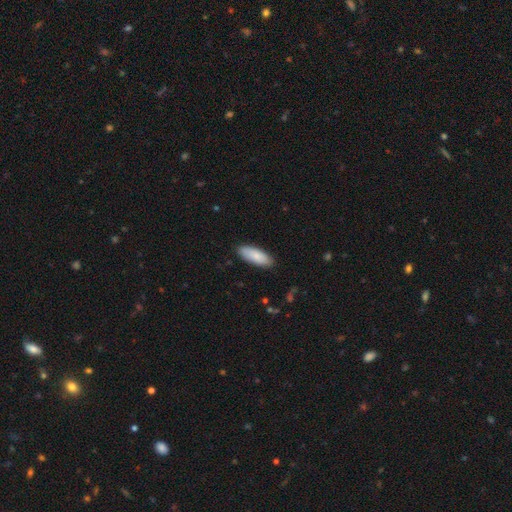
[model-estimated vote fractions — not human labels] Q: Smooth or featured?
A: smooth (86%); runner-up: featured or disk (9%)
Q: How rounded?
A: in between (72%); runner-up: cigar-shaped (26%)
Q: Merging?
A: none (87%); runner-up: minor disturbance (10%)